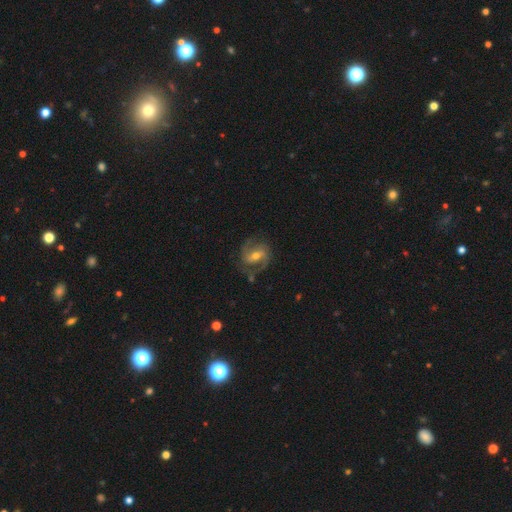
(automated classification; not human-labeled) smooth-or-featured: featured or disk: 84% | smooth: 10% | star or artifact: 6%
  disk-edge-on: no: 97% | yes: 3%
    bar: weak: 46% | strong: 35% | no: 20%
    has-spiral-arms: yes: 95% | no: 5%
      spiral-winding: medium: 55% | tight: 24% | loose: 21%
      spiral-arm-count: 2: 85% | can't tell: 5% | 3: 5% | 1: 3% | 4: 1% | more than 4: 1%
    bulge-size: moderate: 60% | small: 34% | large: 4% | none: 1% | dominant: 1%
  merging: none: 73% | minor disturbance: 16% | major disturbance: 8% | merger: 3%